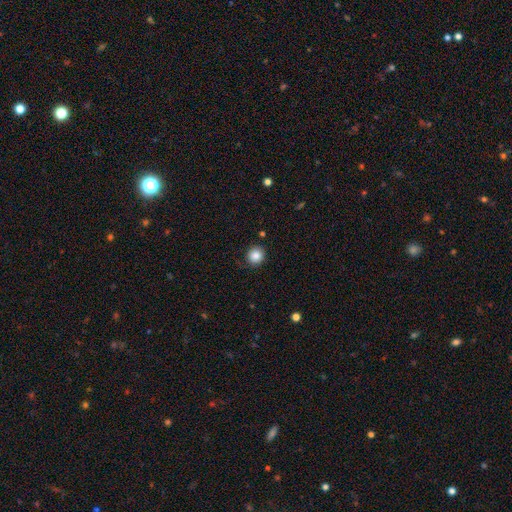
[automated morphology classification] A smooth galaxy with no disk features (85%) that is round (90%). Merging: none (86%).